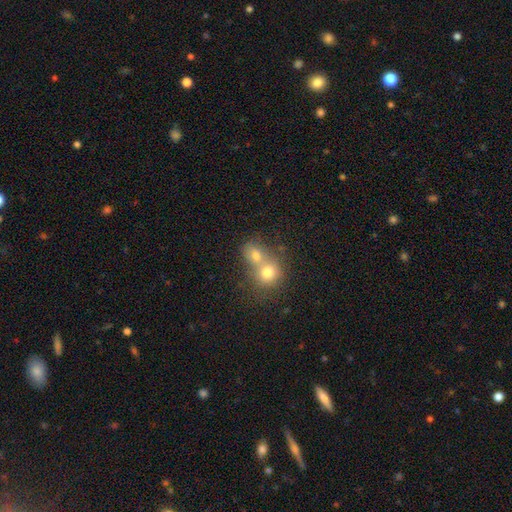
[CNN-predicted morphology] A smooth galaxy with no disk features (73%) that is round (63%). Merging: merger (67%).